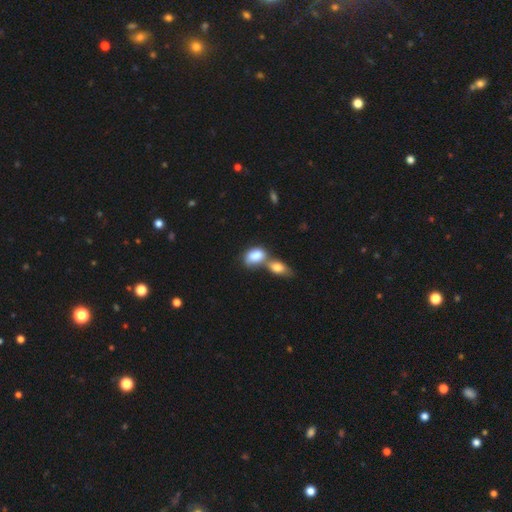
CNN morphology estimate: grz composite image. It shows a smooth galaxy with no disk features (82%) that is in between round and cigar-shaped (87%). Merging: merger (68%).